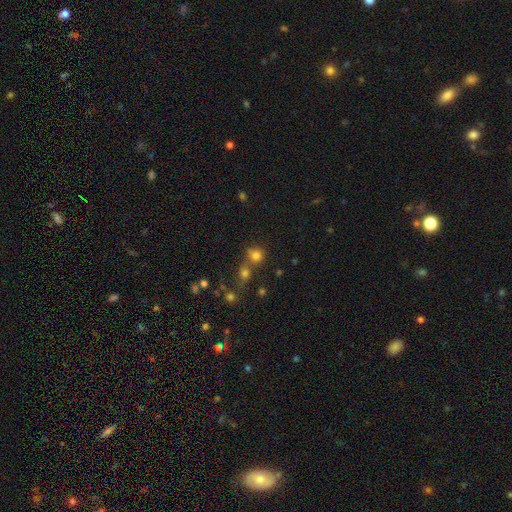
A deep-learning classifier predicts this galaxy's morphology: type=smooth (75%); roundness=round (86%); merging=none (54%).